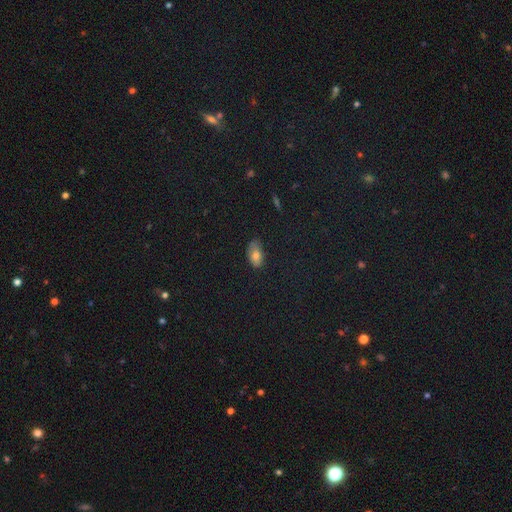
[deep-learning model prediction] This appears to be a smooth galaxy with no disk features (76%) that is in between round and cigar-shaped (91%). Merging: none (61%).